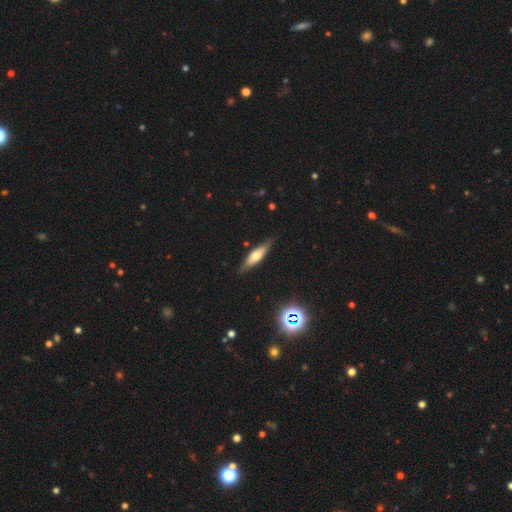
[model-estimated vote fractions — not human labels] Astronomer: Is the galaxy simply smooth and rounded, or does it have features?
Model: smooth — 47% (runner-up: featured or disk, 45%).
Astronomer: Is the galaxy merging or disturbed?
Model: none — 83%.